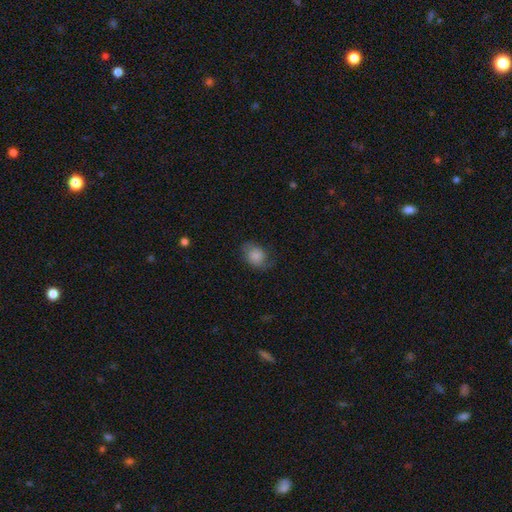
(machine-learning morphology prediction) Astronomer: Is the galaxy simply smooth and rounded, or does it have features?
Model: smooth — 77%.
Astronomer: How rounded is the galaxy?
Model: in between — 61% (runner-up: round, 38%).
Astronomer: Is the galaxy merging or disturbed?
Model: none — 62%.